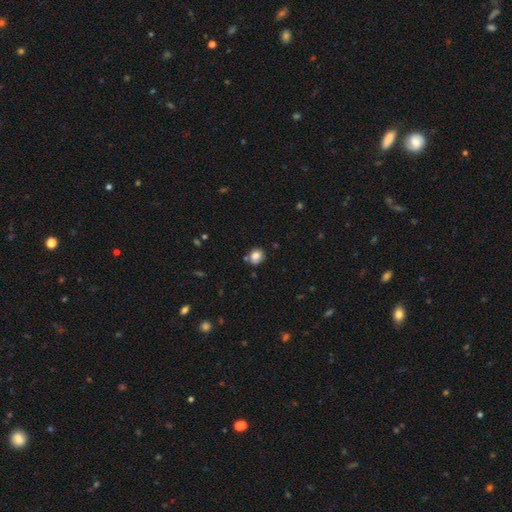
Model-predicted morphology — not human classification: Overall: smooth (80%). How rounded: round (74%). Merging: none (72%).